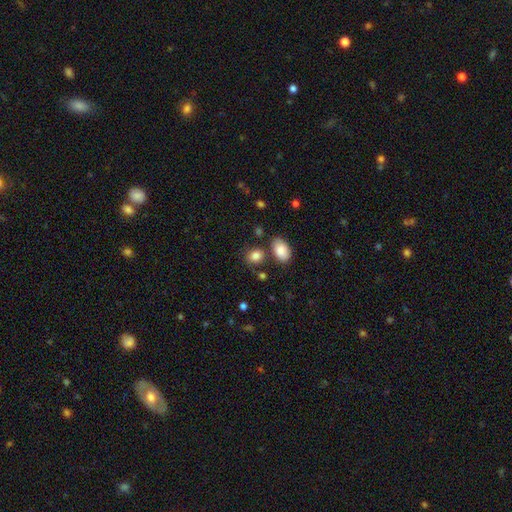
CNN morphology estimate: A smooth galaxy with no disk features (85%) that is in between round and cigar-shaped (54%). Merging: none (73%).